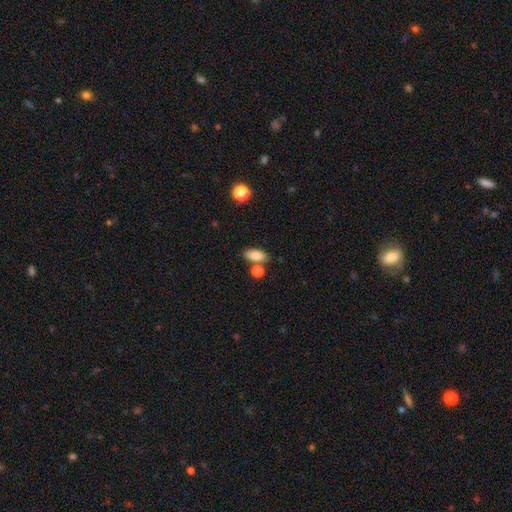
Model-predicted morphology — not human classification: The model was most divided on "merging": none: 69%, merger: 15%, minor disturbance: 12%, major disturbance: 4%. More confident: how rounded — in between (87%); smooth or featured — smooth (85%).